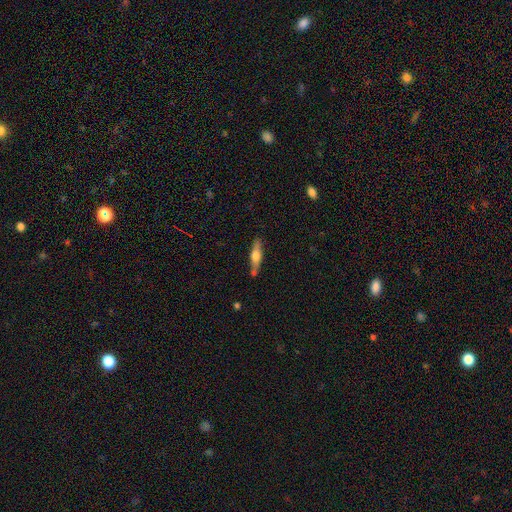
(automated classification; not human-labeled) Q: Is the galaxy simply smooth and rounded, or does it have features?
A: featured or disk — 53%.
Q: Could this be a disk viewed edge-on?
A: yes — 92%.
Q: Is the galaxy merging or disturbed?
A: none — 77%.